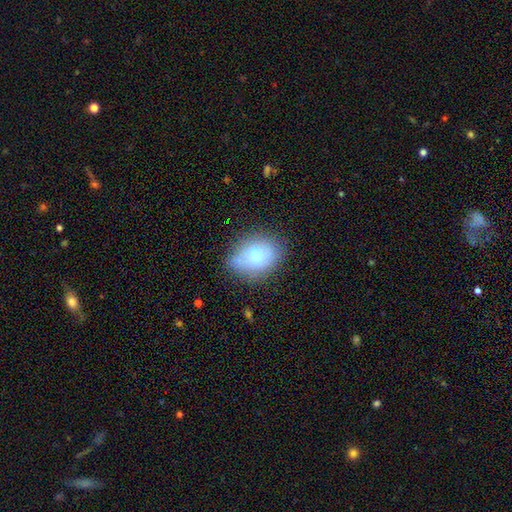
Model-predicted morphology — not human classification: Q: Smooth or featured?
A: smooth (75%); runner-up: featured or disk (17%)
Q: How rounded?
A: in between (72%); runner-up: round (27%)
Q: Merging?
A: none (62%); runner-up: minor disturbance (25%)